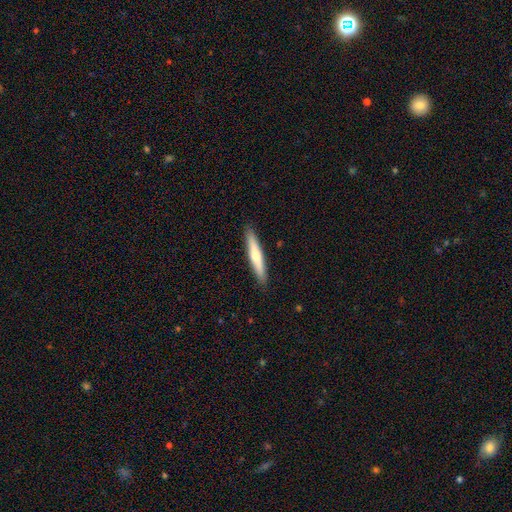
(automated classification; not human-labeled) A smooth galaxy with no disk features (54%) that is cigar-shaped (93%). Merging: none (91%).